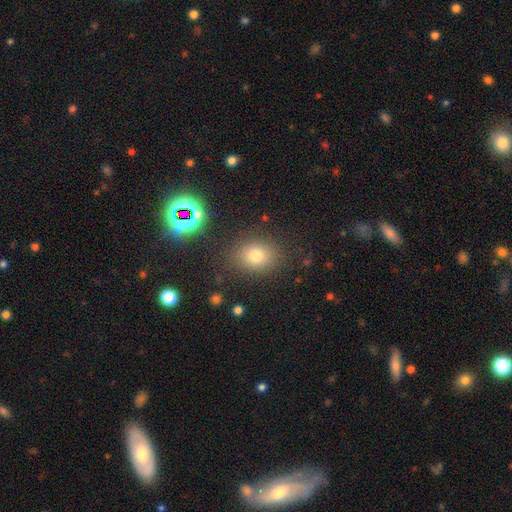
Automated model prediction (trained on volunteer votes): Smooth or featured?
  - smooth: 72% *
  - star or artifact: 18%
  - featured or disk: 10%
How rounded?
  - round: 55% *
  - in between: 44%
  - cigar-shaped: 1%
Merging?
  - none: 84% *
  - minor disturbance: 10%
  - major disturbance: 4%
  - merger: 2%